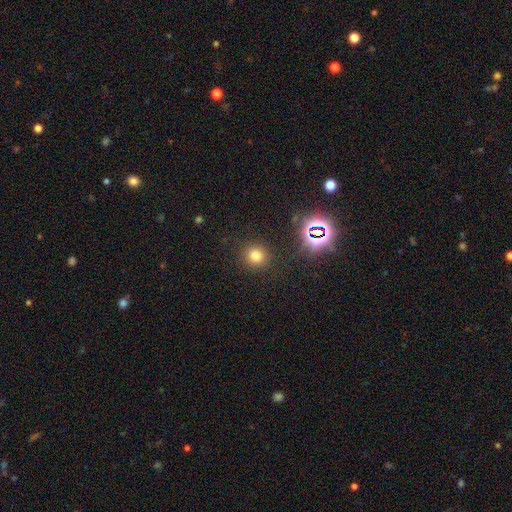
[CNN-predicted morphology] type=smooth (72%); roundness=round (91%); merging=none (88%).